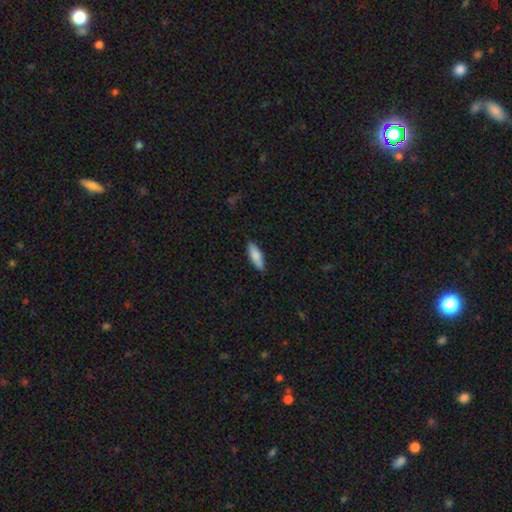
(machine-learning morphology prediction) The model was most divided on "how rounded": in between: 55%, cigar-shaped: 43%, round: 2%. More confident: merging — none (86%); smooth or featured — smooth (83%).